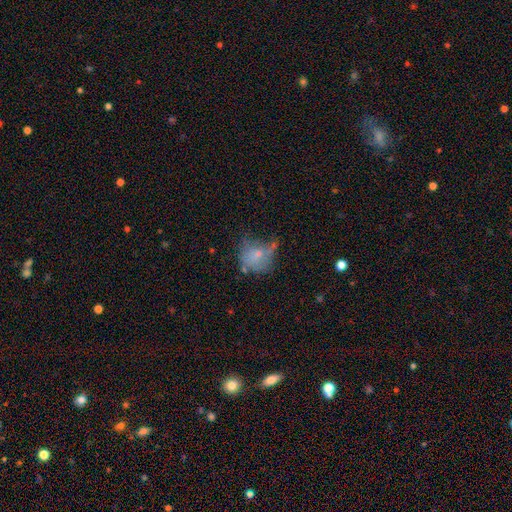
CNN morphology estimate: The model was most divided on "merging": none: 37%, minor disturbance: 28%, major disturbance: 23%, merger: 12%. More confident: smooth or featured — smooth (64%); how rounded — round (63%).